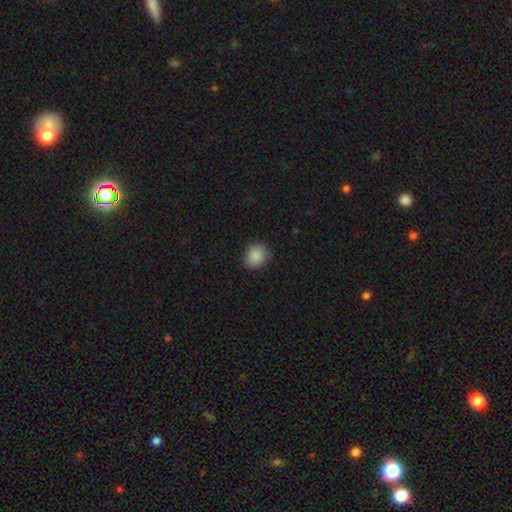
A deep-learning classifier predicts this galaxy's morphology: This appears to be a smooth galaxy with no disk features (88%) that is round (77%). Merging: none (84%).